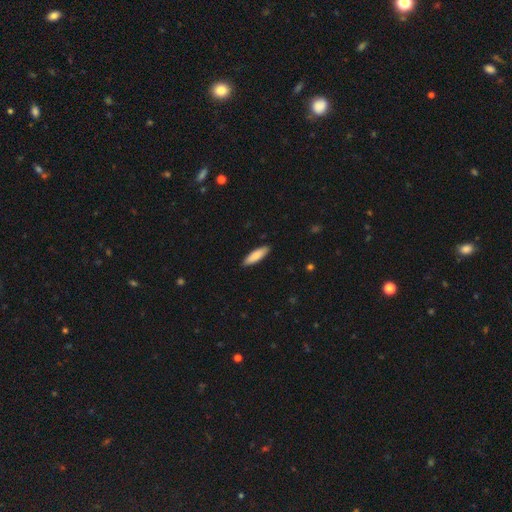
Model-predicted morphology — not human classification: This appears to be a smooth galaxy with no disk features (84%) that is cigar-shaped (58%). Merging: none (90%).